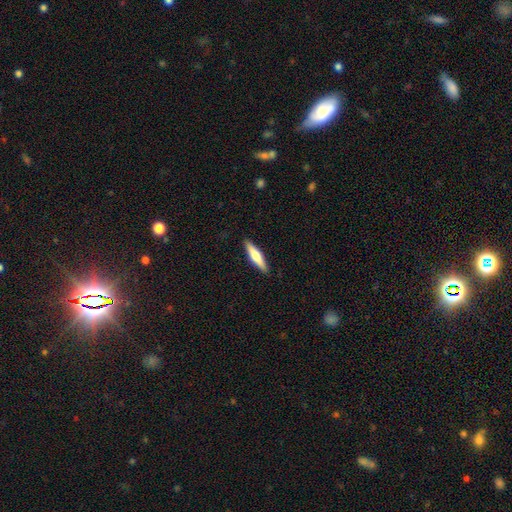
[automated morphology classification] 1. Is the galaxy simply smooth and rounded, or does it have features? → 55% smooth, 40% featured or disk, 5% star or artifact.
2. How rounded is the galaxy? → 80% cigar-shaped, 18% in between, 2% round.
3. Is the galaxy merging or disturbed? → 91% none, 7% minor disturbance, 1% major disturbance, 1% merger.